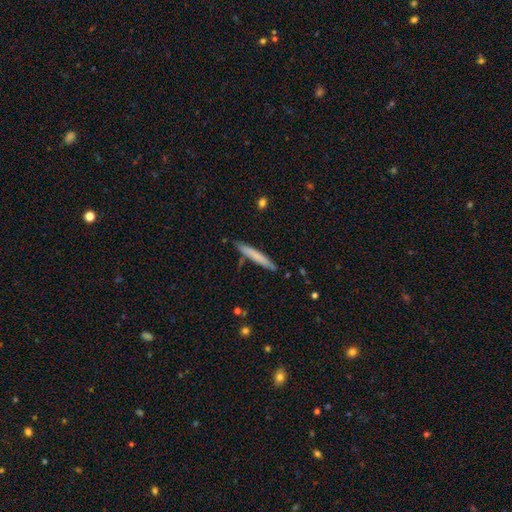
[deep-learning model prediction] The model was most divided on "smooth or featured": smooth: 70%, featured or disk: 24%, star or artifact: 6%. More confident: how rounded — cigar-shaped (96%); merging — none (85%).